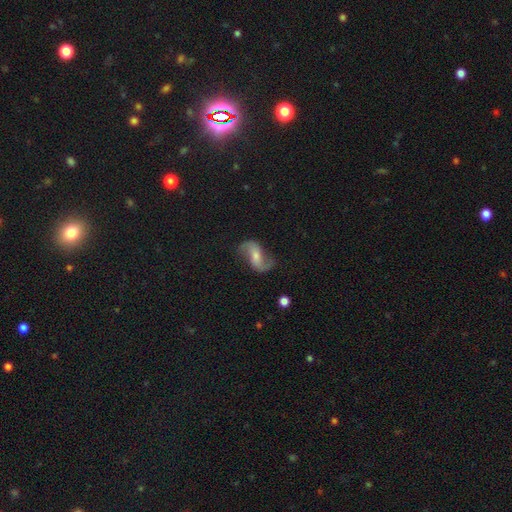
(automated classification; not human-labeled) featured or disk 81%, smooth 12%, star or artifact 8%. Down the decision tree: edge-on disk — no (96%); bar — weak (43%); spiral arms — yes (95%); spiral arm count — 2 (92%); spiral winding — loose (70%); bulge size — moderate (42%, tied with small); merging — none (73%).